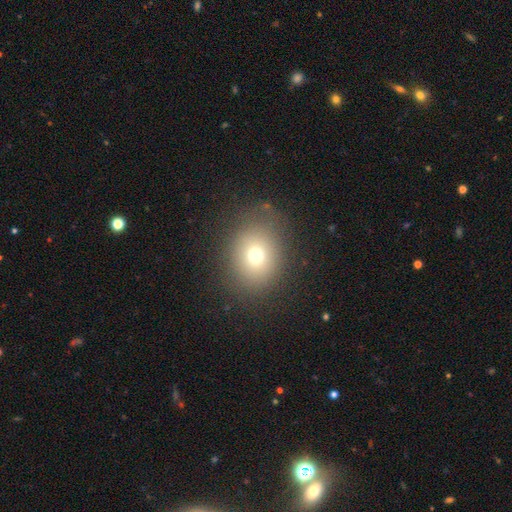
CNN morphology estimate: Smooth or featured? Predicted: smooth (p=0.71). How rounded? Predicted: round (p=0.65). Merging? Predicted: none (p=0.79).